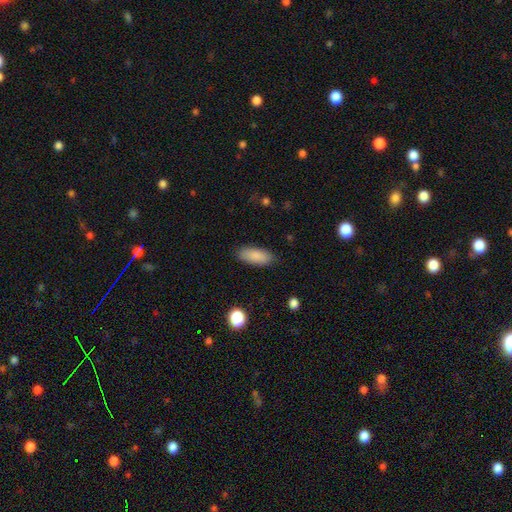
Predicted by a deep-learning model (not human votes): Smooth or featured? Predicted: smooth (p=0.88). How rounded? Predicted: in between (p=0.80). Merging? Predicted: none (p=0.87).